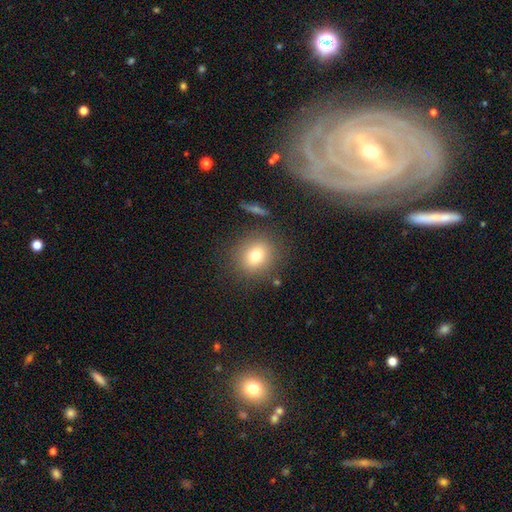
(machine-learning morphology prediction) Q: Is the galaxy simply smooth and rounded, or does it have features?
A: smooth — 74%.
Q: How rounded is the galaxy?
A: round — 80%.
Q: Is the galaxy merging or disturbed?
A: none — 84%.